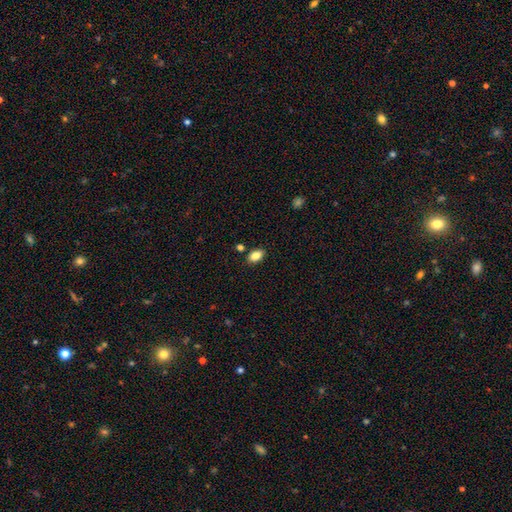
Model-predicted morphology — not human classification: smooth_or_featured: smooth (p=0.84) [alt: star or artifact p=0.09]
how_rounded: in between (p=0.90) [alt: round p=0.08]
merging: none (p=0.85) [alt: minor disturbance p=0.10]